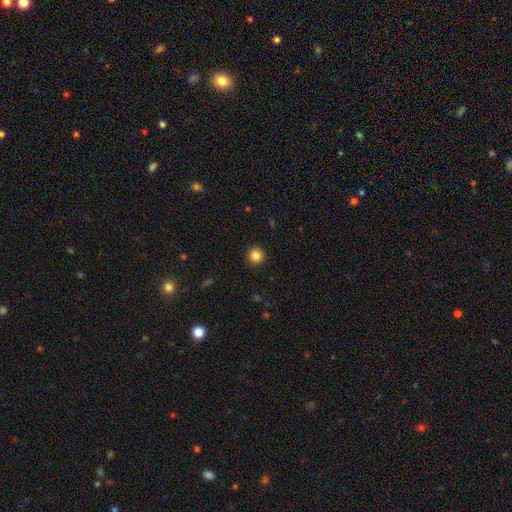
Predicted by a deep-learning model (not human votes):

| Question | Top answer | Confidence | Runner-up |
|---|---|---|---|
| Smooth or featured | smooth | 86% | star or artifact (11%) |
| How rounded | round | 95% | in between (4%) |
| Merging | none | 92% | minor disturbance (5%) |